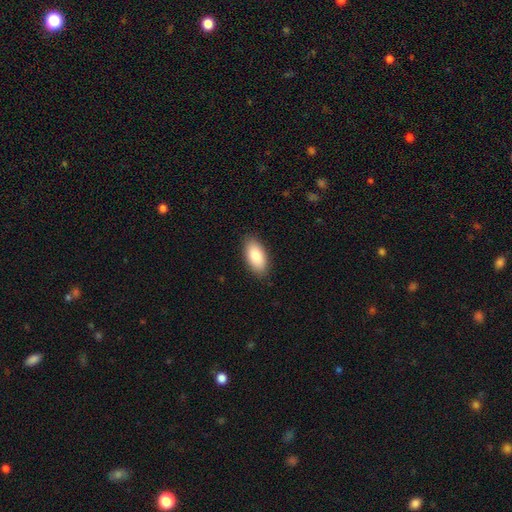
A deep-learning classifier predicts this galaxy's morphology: This appears to be a smooth galaxy with no disk features (85%) that is in between round and cigar-shaped (92%). Merging: none (88%).